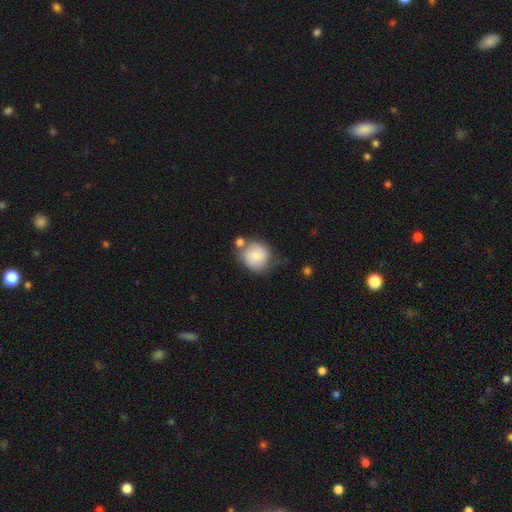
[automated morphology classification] type=smooth (74%); roundness=round (84%); merging=none (44%).